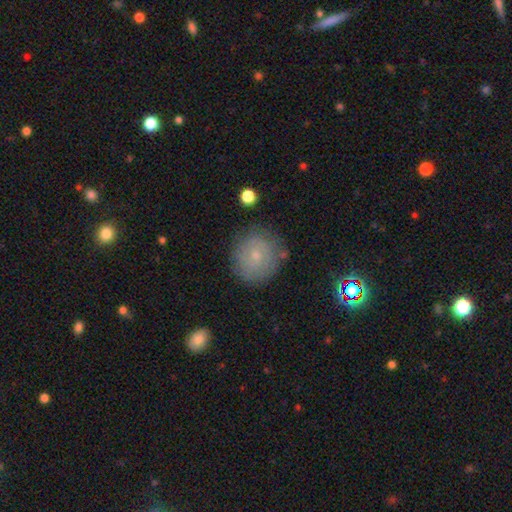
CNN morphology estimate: This is likely a smooth galaxy (62%). How rounded: clearly round (88%). Merging: likely none (80%).